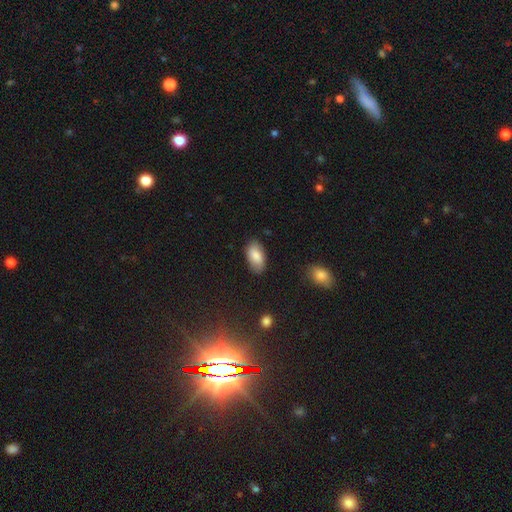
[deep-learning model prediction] Morphology: type=smooth (84%); roundness=in between (94%); merging=none (82%).